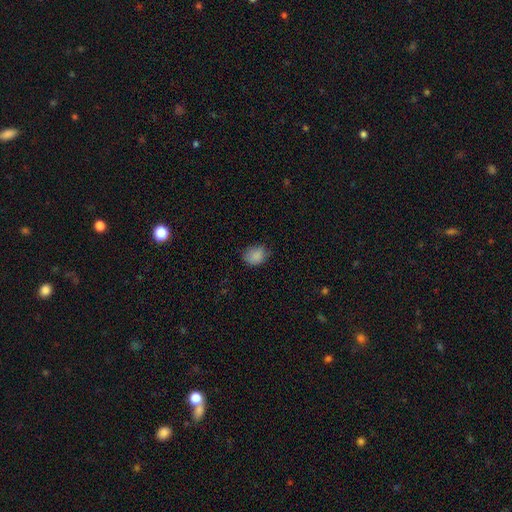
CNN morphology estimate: smooth-or-featured: smooth: 86% | star or artifact: 9% | featured or disk: 5%
  how-rounded: round: 52% | in between: 47% | cigar-shaped: 1%
  merging: none: 67% | minor disturbance: 26% | major disturbance: 5% | merger: 1%